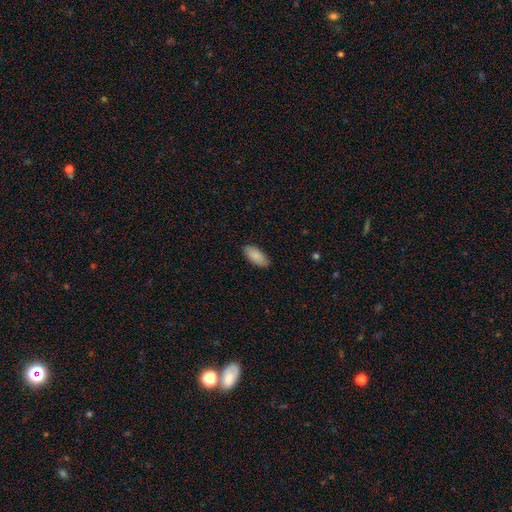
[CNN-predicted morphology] Smooth or featured? smooth (88%)
How rounded? in between (90%)
Merging? none (87%)